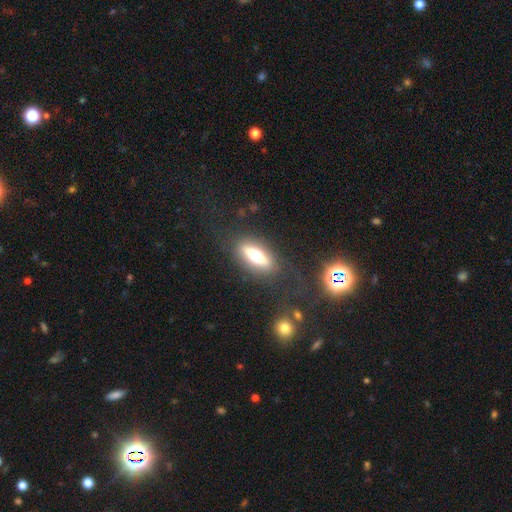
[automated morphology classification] Overall: smooth (56%; featured or disk 36%). How rounded: in between (60%; cigar-shaped 36%). Merging: none (79%).